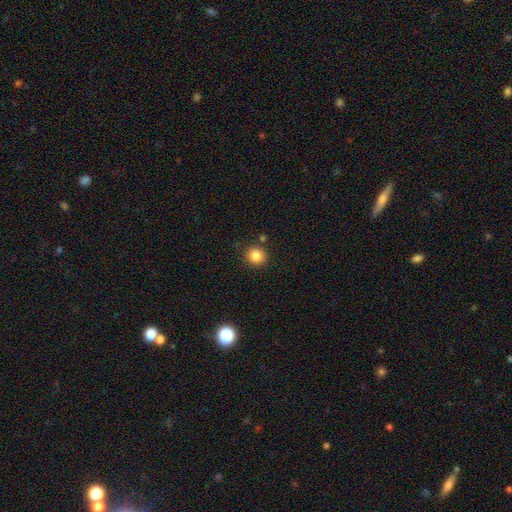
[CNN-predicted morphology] A smooth galaxy with no disk features (85%) that is round (90%).

Vote fractions:
- Smooth or featured? smooth: 85% / star or artifact: 11% / featured or disk: 5%
- How rounded? round: 90% / in between: 9% / cigar-shaped: 1%
- Merging? none: 86% / minor disturbance: 8% / merger: 4% / major disturbance: 2%